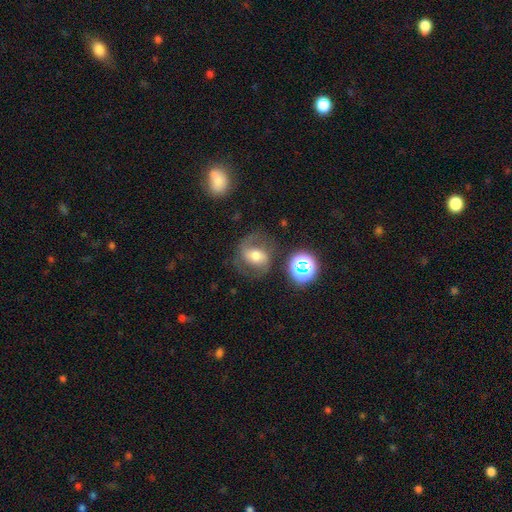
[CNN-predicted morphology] type=featured or disk (62%); edge-on=no (96%); bar=weak (39%); spiral arms=yes (86%); winding=medium (52%); arm count=2 (88%); bulge=moderate (59%); merging=none (66%).